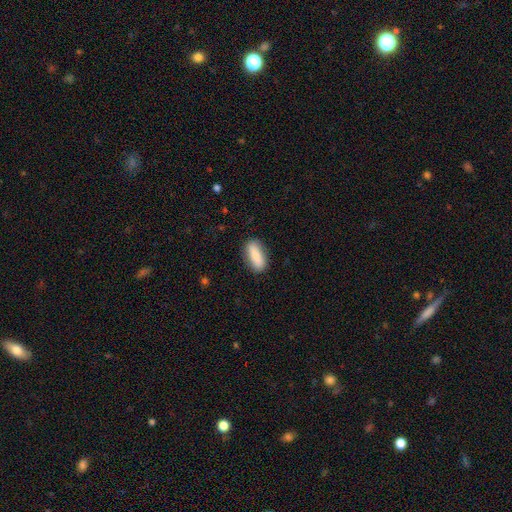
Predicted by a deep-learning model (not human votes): Q: Smooth or featured?
A: smooth (83%); runner-up: featured or disk (11%)
Q: How rounded?
A: in between (77%); runner-up: cigar-shaped (21%)
Q: Merging?
A: none (85%); runner-up: minor disturbance (11%)